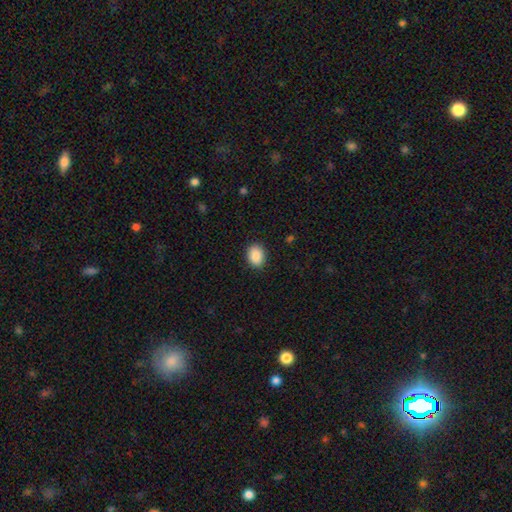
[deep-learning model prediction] Morphology: type=smooth (89%); roundness=in between (63%); merging=none (89%).